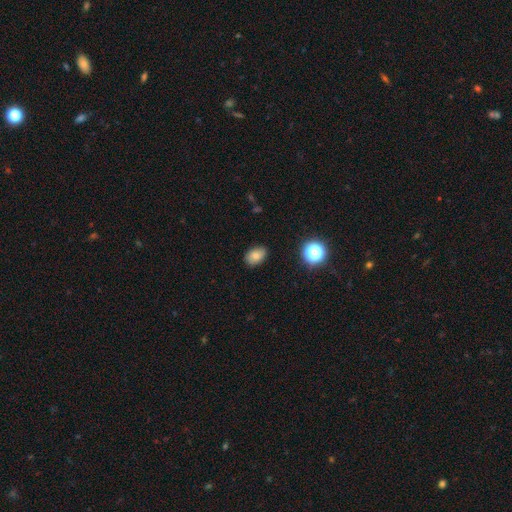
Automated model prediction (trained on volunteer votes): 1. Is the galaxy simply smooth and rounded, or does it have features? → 79% smooth, 12% star or artifact, 9% featured or disk.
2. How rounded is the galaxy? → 83% in between, 16% round, 1% cigar-shaped.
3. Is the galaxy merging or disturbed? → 84% none, 12% minor disturbance, 2% major disturbance, 1% merger.